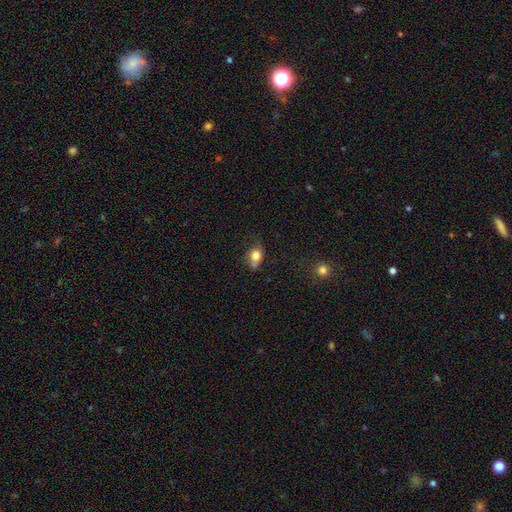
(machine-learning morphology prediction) Smooth or featured? Predicted: smooth (p=0.78). How rounded? Predicted: in between (p=0.56). Merging? Predicted: none (p=0.46).